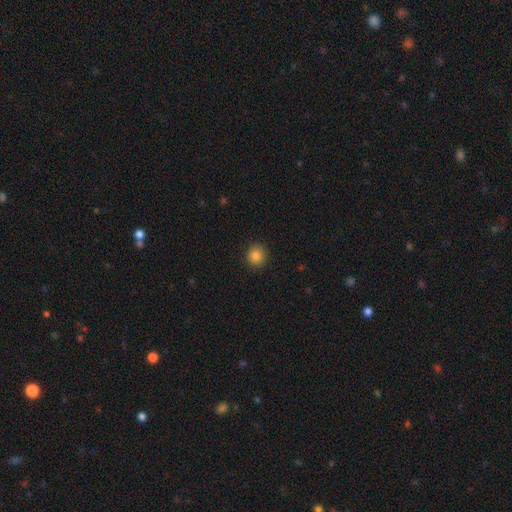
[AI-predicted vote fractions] This appears to be a smooth galaxy with no disk features (84%) that is round (85%). Merging: none (91%).